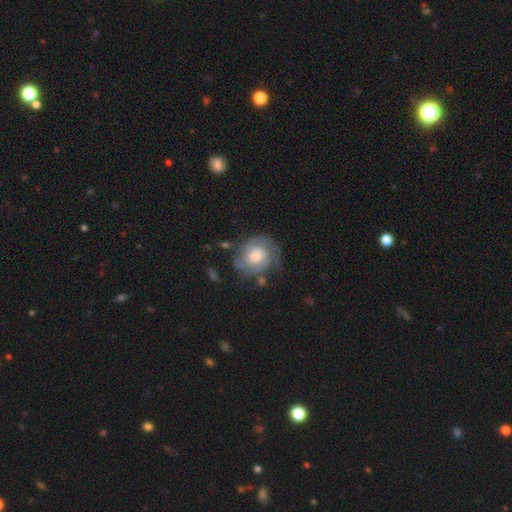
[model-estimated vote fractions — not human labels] Q: Smooth or featured?
A: featured or disk (66%); runner-up: smooth (27%)
Q: Edge-on disk?
A: no (98%); runner-up: yes (2%)
Q: Bar?
A: no (67%); runner-up: weak (28%)
Q: Spiral arms?
A: yes (87%); runner-up: no (13%)
Q: Spiral winding?
A: tight (57%); runner-up: medium (33%)
Q: Spiral arm count?
A: 2 (45%); runner-up: can't tell (29%)
Q: Bulge size?
A: moderate (47%); runner-up: large (33%)
Q: Merging?
A: none (67%); runner-up: minor disturbance (20%)